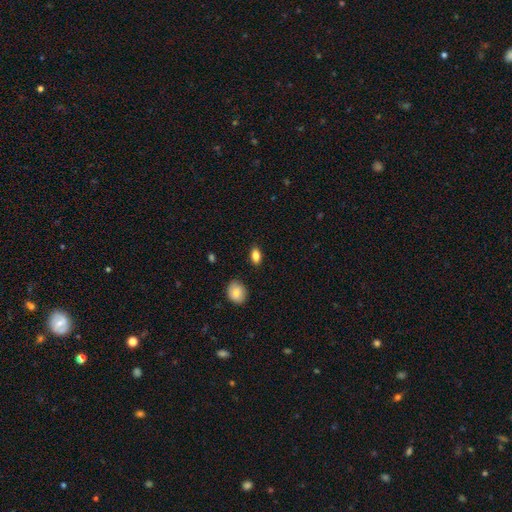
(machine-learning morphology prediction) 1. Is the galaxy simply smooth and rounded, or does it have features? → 86% smooth, 8% star or artifact, 6% featured or disk.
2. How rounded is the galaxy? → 88% in between, 8% round, 4% cigar-shaped.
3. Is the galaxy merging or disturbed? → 87% none, 9% minor disturbance, 2% major disturbance, 1% merger.